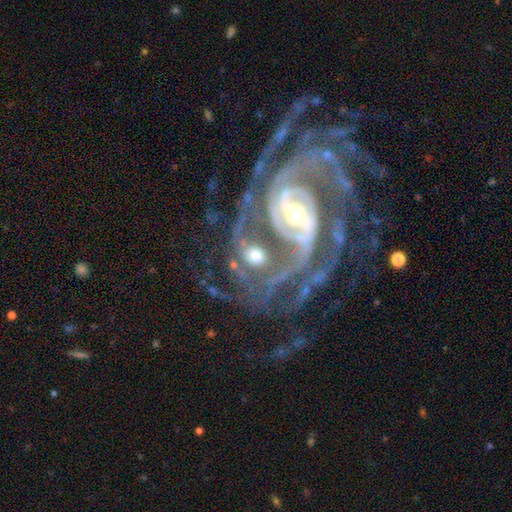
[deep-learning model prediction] Q: Smooth or featured?
A: featured or disk (76%); runner-up: smooth (14%)
Q: Edge-on disk?
A: no (96%); runner-up: yes (4%)
Q: Bar?
A: no (41%); runner-up: strong (30%)
Q: Spiral arms?
A: yes (84%); runner-up: no (16%)
Q: Spiral winding?
A: medium (44%); runner-up: tight (29%)
Q: Spiral arm count?
A: 2 (50%); runner-up: can't tell (18%)
Q: Bulge size?
A: moderate (57%); runner-up: small (27%)
Q: Merging?
A: none (33%); runner-up: merger (29%)